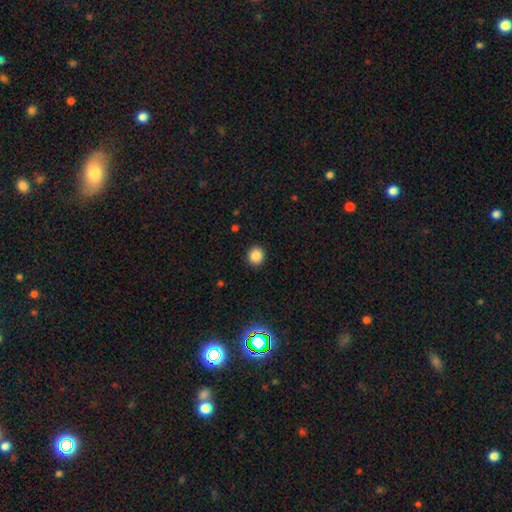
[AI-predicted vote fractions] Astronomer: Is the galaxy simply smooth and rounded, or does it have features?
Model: smooth — 86%.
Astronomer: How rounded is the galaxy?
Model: round — 87%.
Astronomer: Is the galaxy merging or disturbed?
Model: none — 92%.